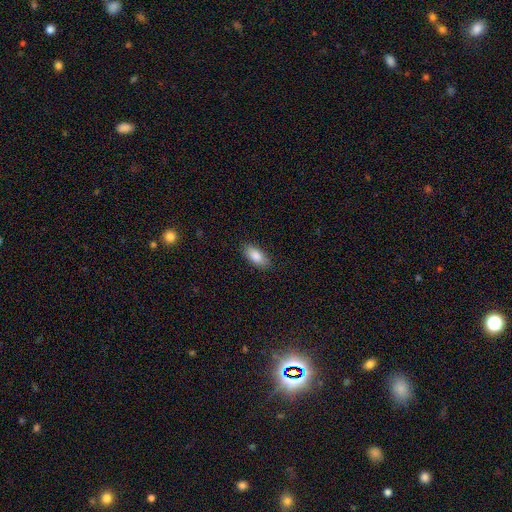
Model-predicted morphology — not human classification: smooth-or-featured: smooth: 87% | featured or disk: 7% | star or artifact: 7%
  how-rounded: in between: 89% | cigar-shaped: 9% | round: 3%
  merging: none: 87% | minor disturbance: 10% | major disturbance: 2% | merger: 1%